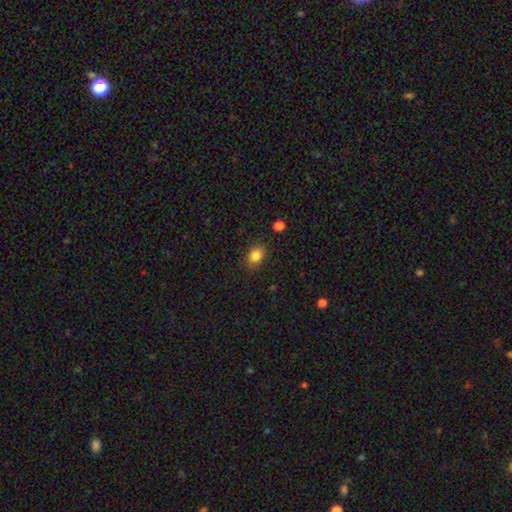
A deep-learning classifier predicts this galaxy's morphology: smooth-or-featured: smooth: 84% | star or artifact: 10% | featured or disk: 5%
  how-rounded: in between: 56% | round: 43% | cigar-shaped: 1%
  merging: none: 87% | minor disturbance: 9% | major disturbance: 2% | merger: 1%